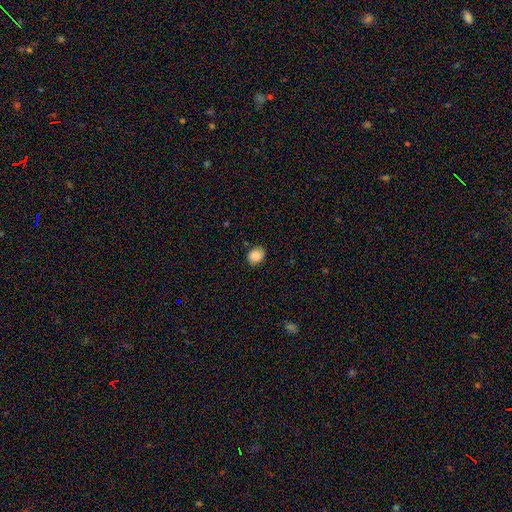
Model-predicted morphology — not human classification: A smooth galaxy with no disk features (87%) that is round (56%).

Vote fractions:
- Smooth or featured? smooth: 87% / star or artifact: 8% / featured or disk: 5%
- How rounded? round: 56% / in between: 43% / cigar-shaped: 1%
- Merging? none: 82% / minor disturbance: 14% / major disturbance: 3% / merger: 1%